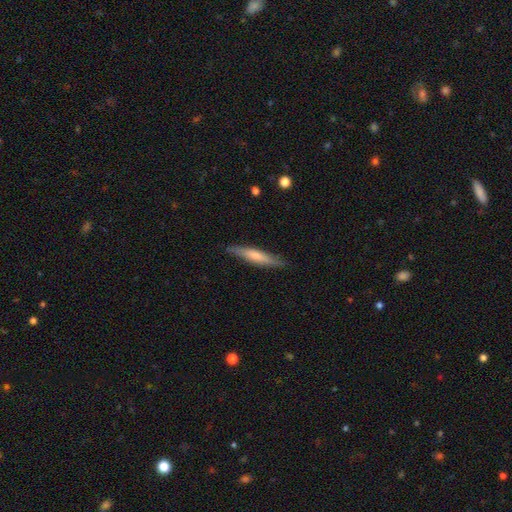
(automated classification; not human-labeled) Smooth or featured: smooth — 57% (featured or disk — 38%)
How rounded: cigar-shaped — 89% (in between — 9%)
Merging: none — 84% (minor disturbance — 12%)